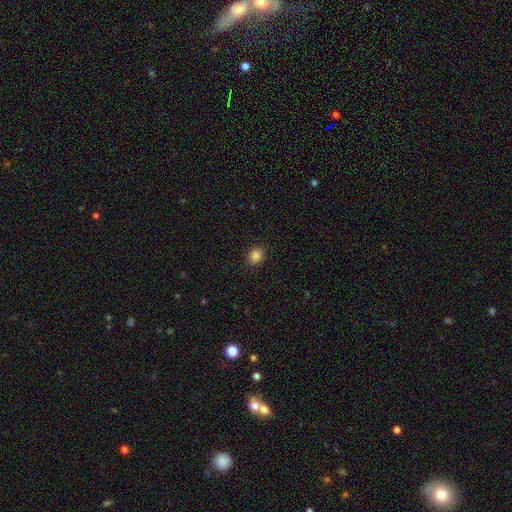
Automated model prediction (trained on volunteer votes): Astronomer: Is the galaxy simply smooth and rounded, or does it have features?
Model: smooth — 86%.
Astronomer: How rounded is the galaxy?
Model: round — 55% (runner-up: in between, 45%).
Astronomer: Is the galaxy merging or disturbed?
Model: none — 90%.